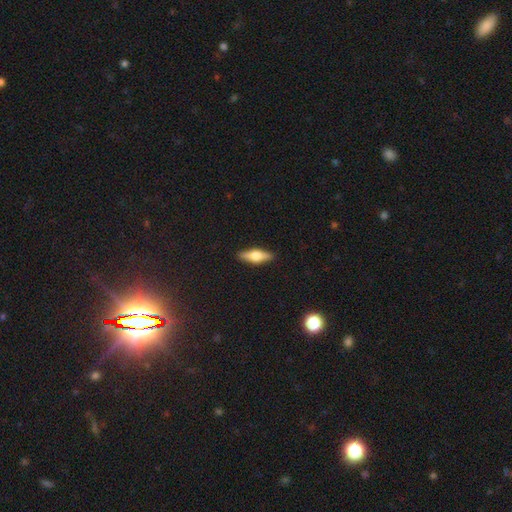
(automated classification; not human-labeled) This appears to be a featured or disk galaxy (54%) viewed edge-on (94%) with a rounded central bulge (93%). Merging: none (90%).